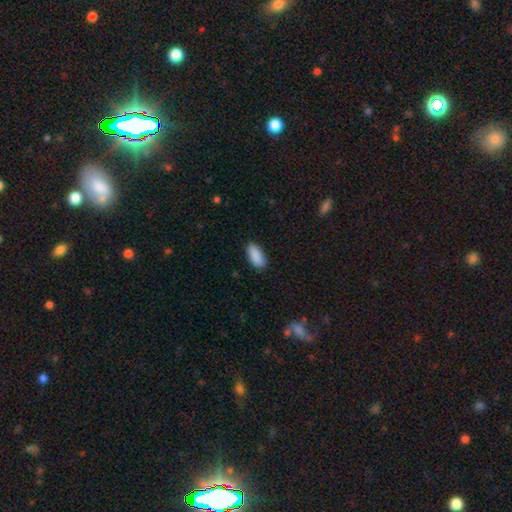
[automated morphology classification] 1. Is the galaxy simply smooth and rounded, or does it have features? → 90% smooth, 7% star or artifact, 3% featured or disk.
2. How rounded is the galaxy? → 86% in between, 12% cigar-shaped, 2% round.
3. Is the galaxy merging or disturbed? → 85% none, 11% minor disturbance, 2% major disturbance, 1% merger.